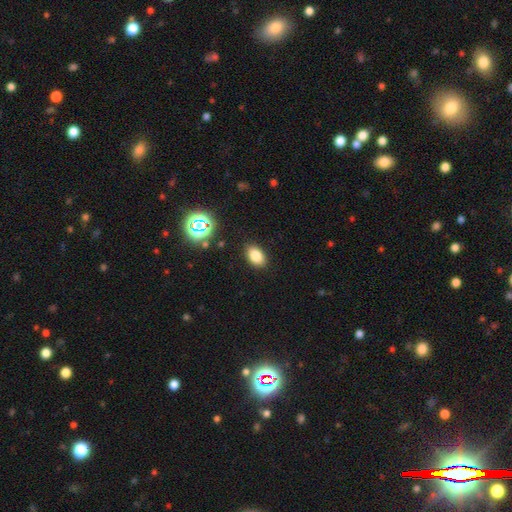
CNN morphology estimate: Smooth or featured?
  - smooth: 81% *
  - star or artifact: 13%
  - featured or disk: 6%
How rounded?
  - in between: 88% *
  - round: 10%
  - cigar-shaped: 2%
Merging?
  - none: 88% *
  - minor disturbance: 9%
  - major disturbance: 2%
  - merger: 1%